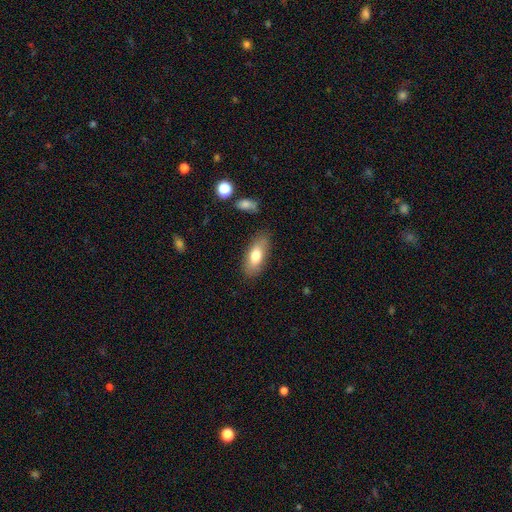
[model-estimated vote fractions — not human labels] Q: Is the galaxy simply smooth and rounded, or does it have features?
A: smooth — 74%.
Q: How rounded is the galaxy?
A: in between — 81%.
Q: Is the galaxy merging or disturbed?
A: none — 81%.